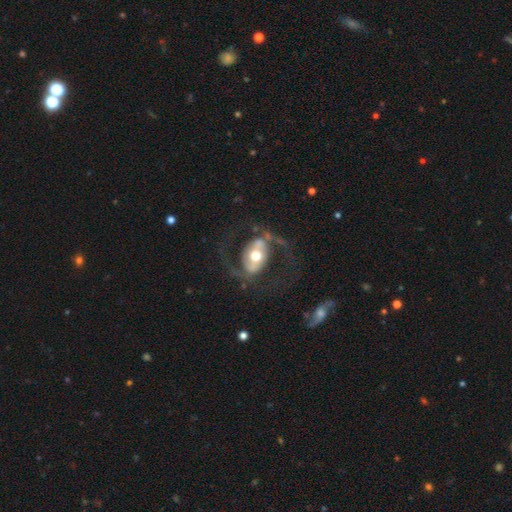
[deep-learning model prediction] The model was most divided on "spiral winding": loose: 46%, medium: 44%, tight: 11%. Remaining: edge-on disk — no (95%); spiral arm count — 2 (90%); spiral arms — yes (79%); smooth or featured — featured or disk (78%); bulge size — moderate (69%); merging — none (63%); bar — no (38%).